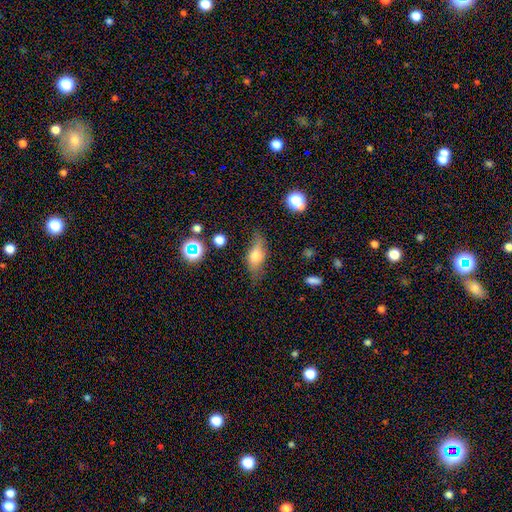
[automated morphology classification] type=smooth (57%); roundness=in between (72%); merging=none (68%).